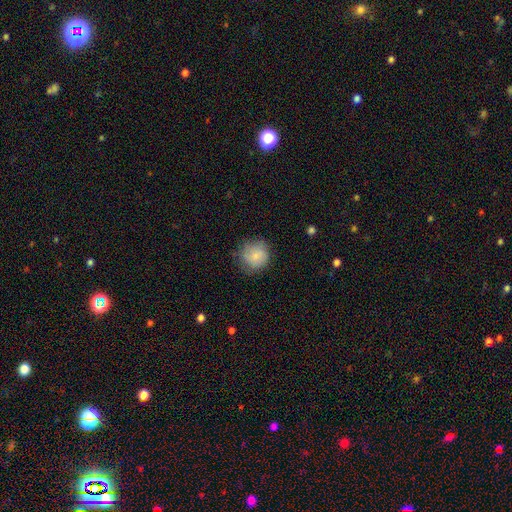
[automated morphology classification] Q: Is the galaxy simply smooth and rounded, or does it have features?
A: smooth — 81%.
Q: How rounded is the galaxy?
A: round — 89%.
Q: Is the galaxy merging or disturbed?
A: none — 74%.